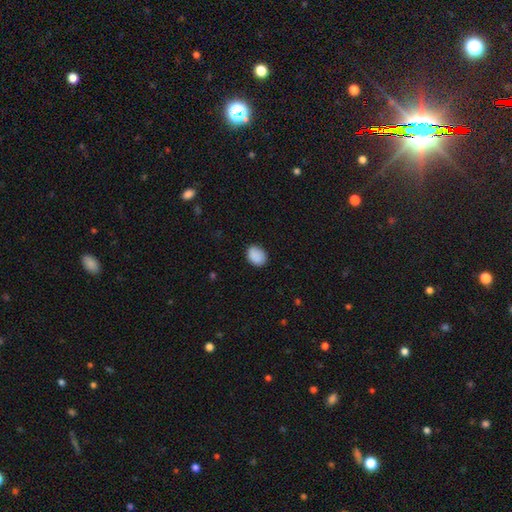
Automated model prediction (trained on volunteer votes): Overall: smooth (89%). How rounded: in between (60%; round 39%). Merging: none (82%).